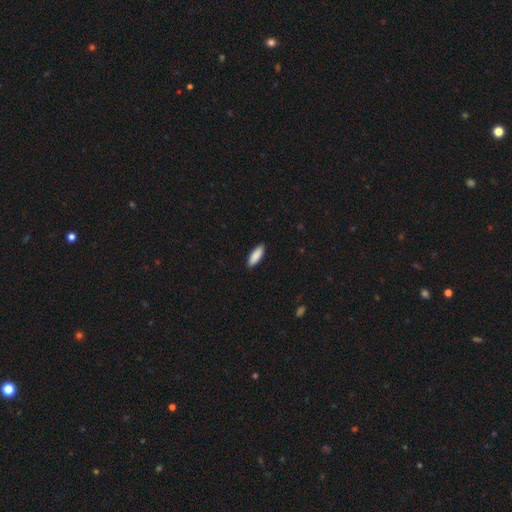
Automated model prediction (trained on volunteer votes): The model was most divided on "how rounded": in between: 60%, cigar-shaped: 39%, round: 2%. More confident: smooth or featured — smooth (90%); merging — none (89%).